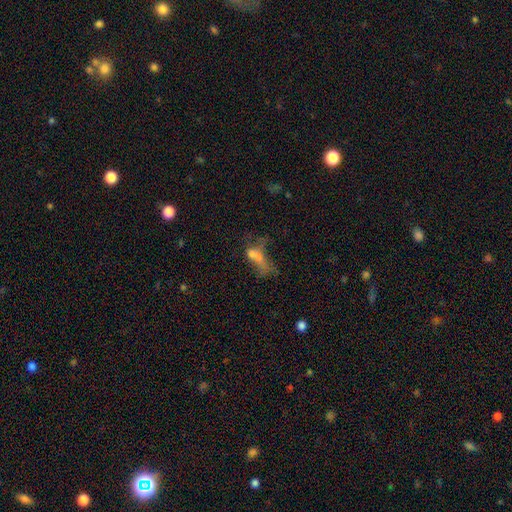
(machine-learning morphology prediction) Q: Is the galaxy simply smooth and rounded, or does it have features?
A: smooth — 48%.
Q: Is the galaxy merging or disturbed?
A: merger — 46%.